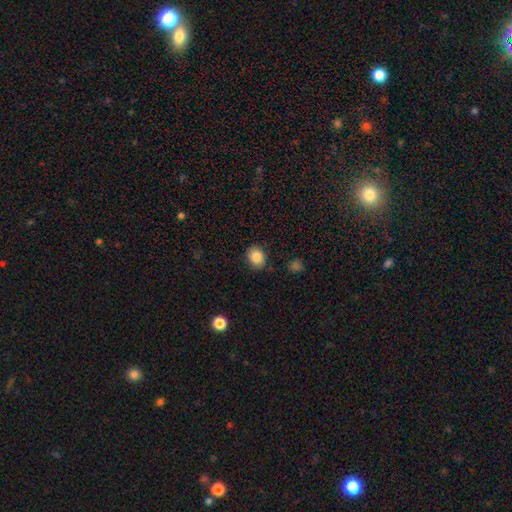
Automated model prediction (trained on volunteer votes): smooth 86%, star or artifact 9%, featured or disk 5%. Down the decision tree: how rounded — round (59%); merging — none (83%).